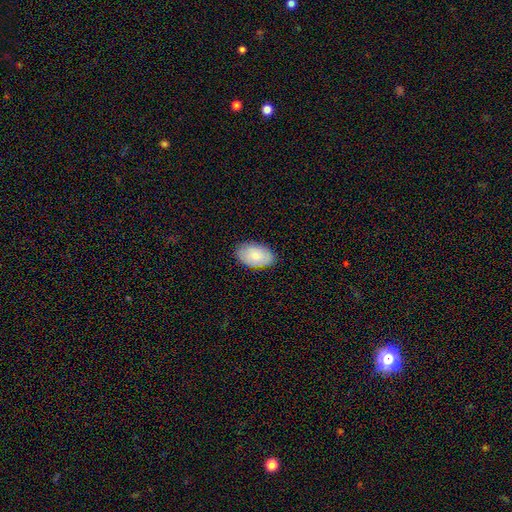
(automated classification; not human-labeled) Smooth or featured? smooth (77%)
How rounded? in between (93%)
Merging? none (84%)